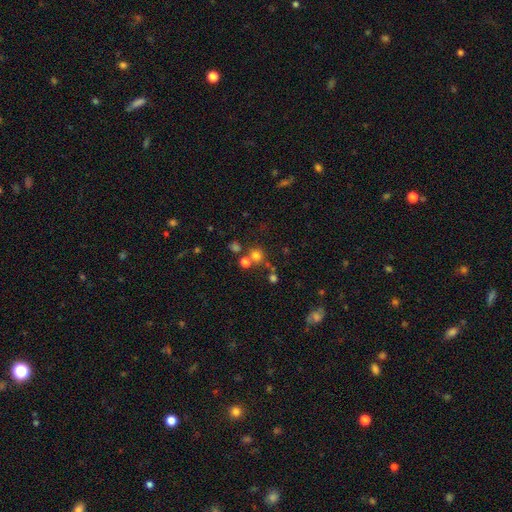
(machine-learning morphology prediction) smooth 70%, star or artifact 21%, featured or disk 9%. Down the decision tree: how rounded — round (90%); merging — none (65%).